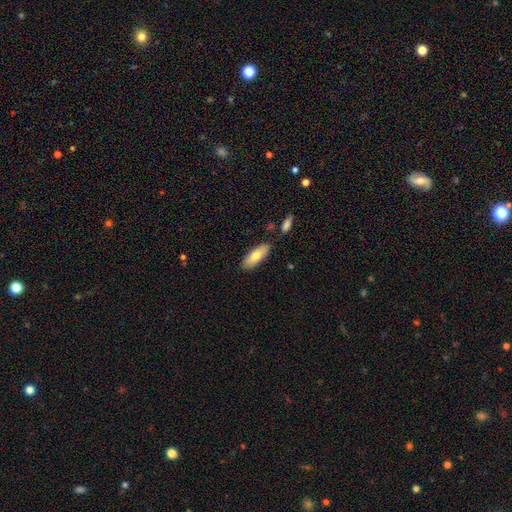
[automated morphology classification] smooth_or_featured: smooth (p=0.73) [alt: featured or disk p=0.21]
how_rounded: in between (p=0.68) [alt: cigar-shaped p=0.30]
merging: none (p=0.82) [alt: minor disturbance p=0.11]